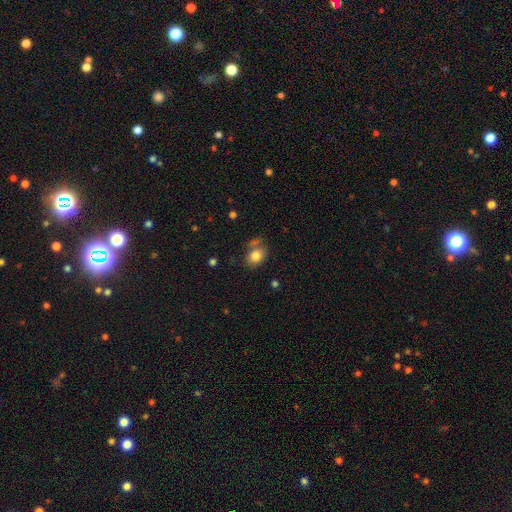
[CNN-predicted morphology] This appears to be a smooth galaxy with no disk features (82%) that is in between round and cigar-shaped (68%). Merging: none (61%).